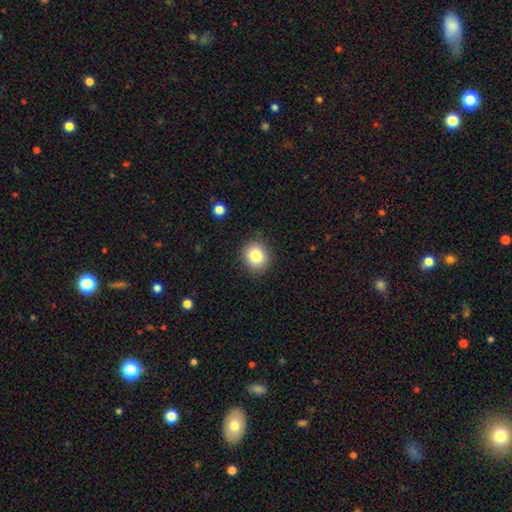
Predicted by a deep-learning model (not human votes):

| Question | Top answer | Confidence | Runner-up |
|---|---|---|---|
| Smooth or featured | smooth | 82% | star or artifact (10%) |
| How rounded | round | 76% | in between (23%) |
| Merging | none | 88% | minor disturbance (9%) |